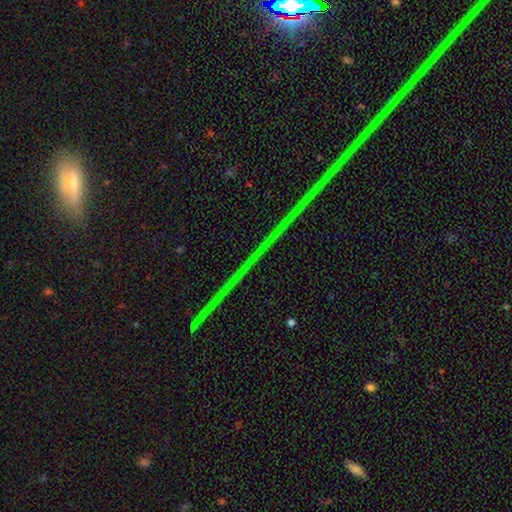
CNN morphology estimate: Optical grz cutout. It shows a star or artifact, not a galaxy (86%).